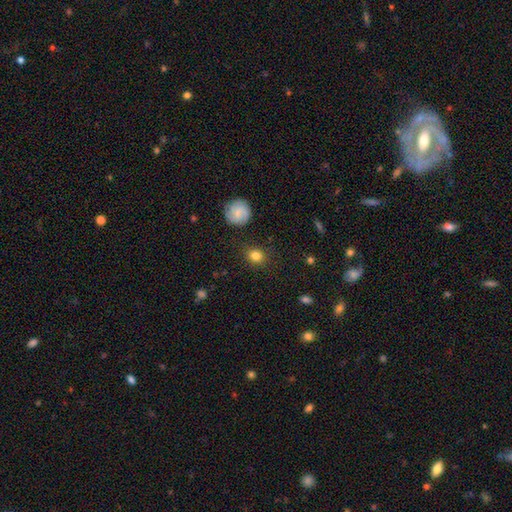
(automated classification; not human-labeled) Smooth or featured?
  - smooth: 82% *
  - star or artifact: 9%
  - featured or disk: 9%
How rounded?
  - round: 75% *
  - in between: 23%
  - cigar-shaped: 1%
Merging?
  - none: 86% *
  - minor disturbance: 9%
  - major disturbance: 3%
  - merger: 2%